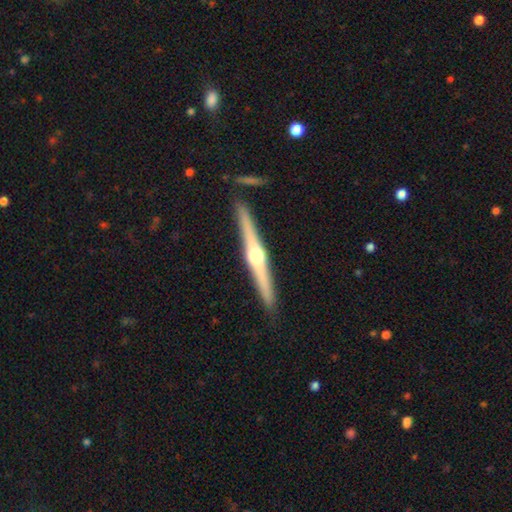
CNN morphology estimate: The model was most divided on "smooth or featured": featured or disk: 77%, smooth: 18%, star or artifact: 5%. More confident: edge-on disk — yes (98%); edge-on bulge — rounded (93%); merging — none (90%).